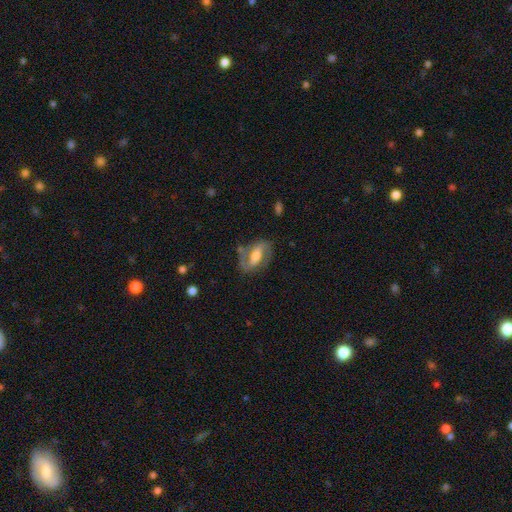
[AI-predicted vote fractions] Smooth or featured? Predicted: featured or disk (p=0.71). Edge-on disk? Predicted: no (p=0.92). Bar? Predicted: strong (p=0.47). Spiral arms? Predicted: yes (p=0.82). Spiral winding? Predicted: medium (p=0.48). Spiral arm count? Predicted: 2 (p=0.84). Bulge size? Predicted: moderate (p=0.55). Merging? Predicted: none (p=0.70).